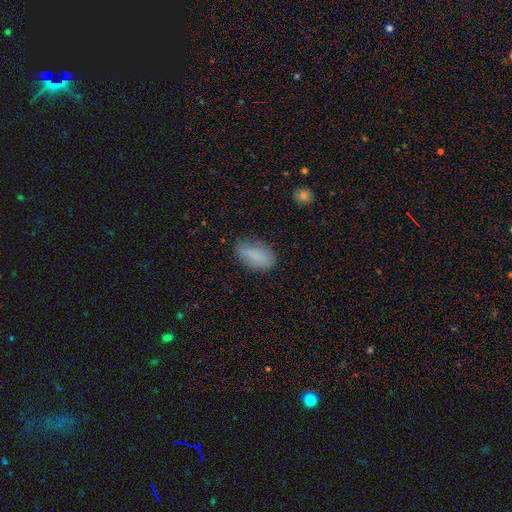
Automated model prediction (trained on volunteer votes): Morphology: type=smooth (82%); roundness=in between (91%); merging=none (70%).